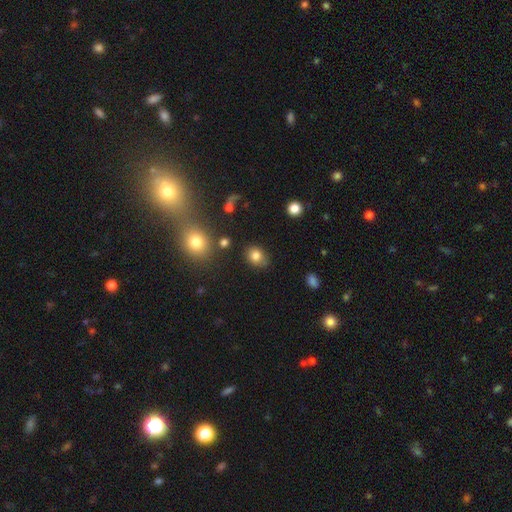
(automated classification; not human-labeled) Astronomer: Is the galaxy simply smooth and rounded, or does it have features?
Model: smooth — 81%.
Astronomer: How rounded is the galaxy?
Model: round — 59% (runner-up: in between, 40%).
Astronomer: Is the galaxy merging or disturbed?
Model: none — 76%.